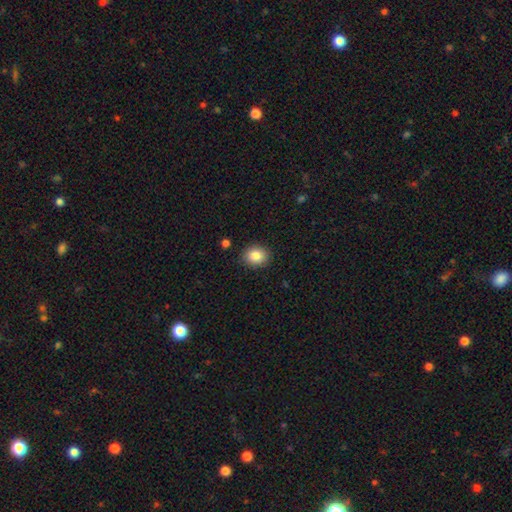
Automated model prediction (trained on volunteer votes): This appears to be a smooth galaxy with no disk features (85%) that is round (60%). Merging: none (89%).